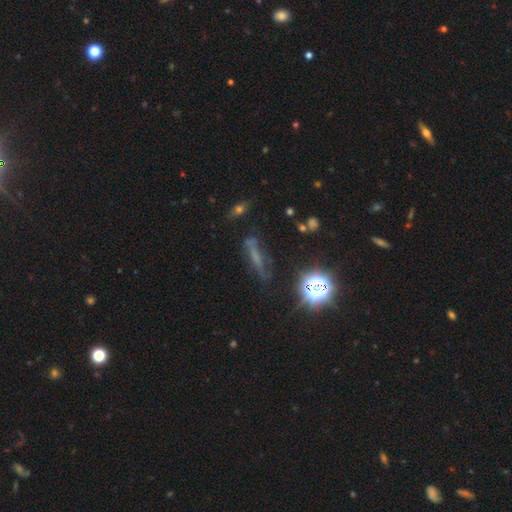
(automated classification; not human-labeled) Smooth or featured? smooth (38%)
Merging? none (68%)